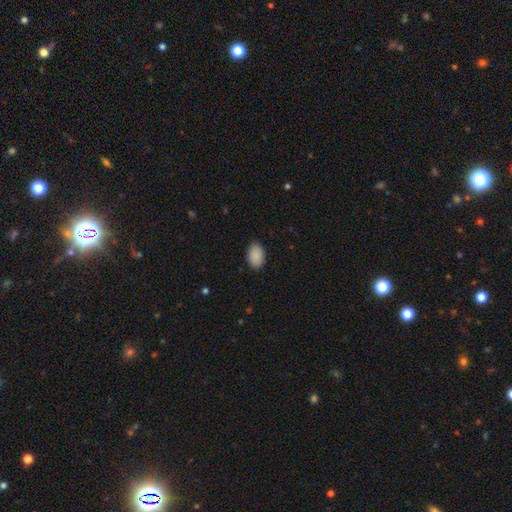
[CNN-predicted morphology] smooth-or-featured: smooth: 90% | star or artifact: 7% | featured or disk: 3%
  how-rounded: in between: 88% | round: 11% | cigar-shaped: 1%
  merging: none: 86% | minor disturbance: 11% | major disturbance: 2% | merger: 1%